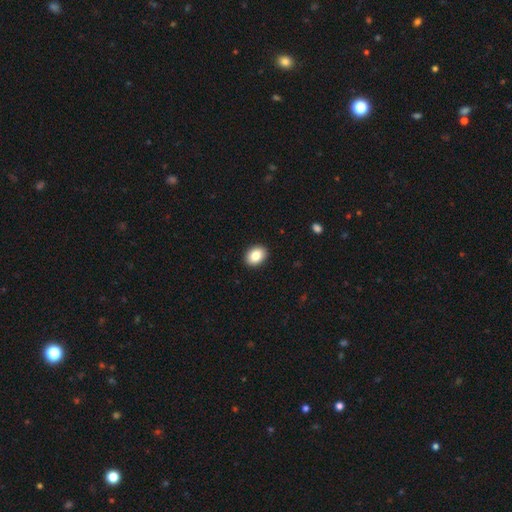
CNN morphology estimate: Smooth or featured? Predicted: smooth (p=0.85). How rounded? Predicted: in between (p=0.69). Merging? Predicted: none (p=0.92).